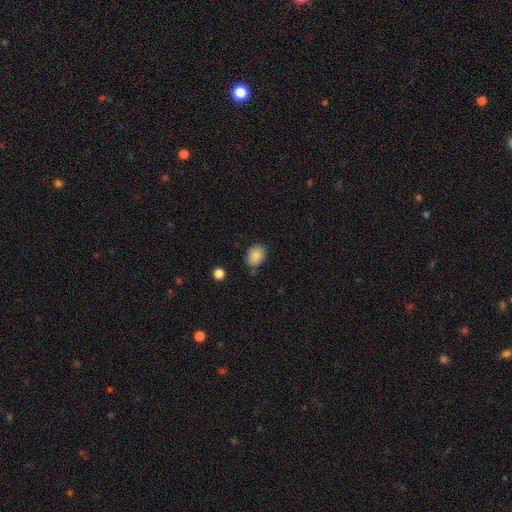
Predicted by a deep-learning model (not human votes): The model was most divided on "how rounded": in between: 64%, round: 35%, cigar-shaped: 1%. More confident: smooth or featured — smooth (85%); merging — none (75%).